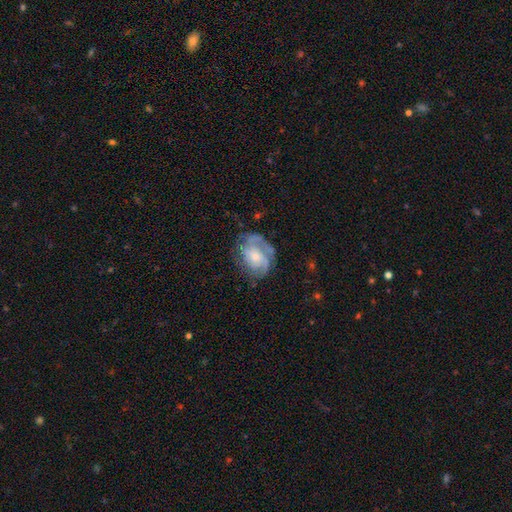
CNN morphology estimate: This is likely a featured or disk galaxy (76%). It is clearly not viewed edge-on (97%). Bar: likely no (71%). Spiral arm pattern: clearly yes (90%). Spiral arm count: marginally can't tell (30%). Spiral winding: possibly tight (50%). Central bulge: possibly small (54%). Merging: likely none (63%).